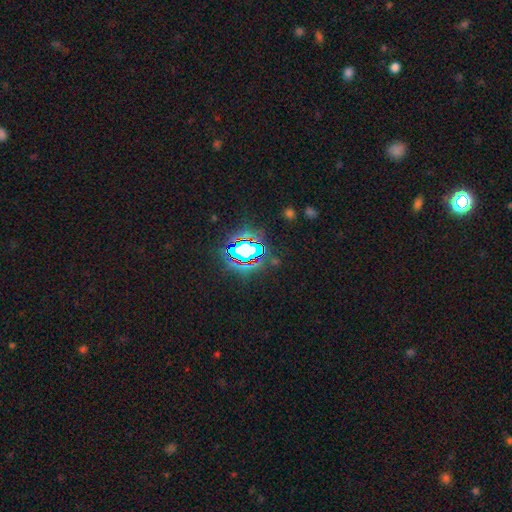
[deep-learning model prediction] A star or artifact, not a galaxy (81%).